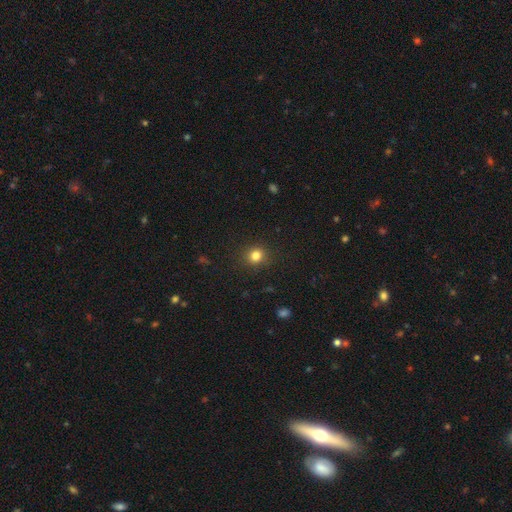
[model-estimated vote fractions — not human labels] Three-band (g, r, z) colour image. It shows a smooth galaxy with no disk features (81%) that is round (83%). Merging: none (89%).